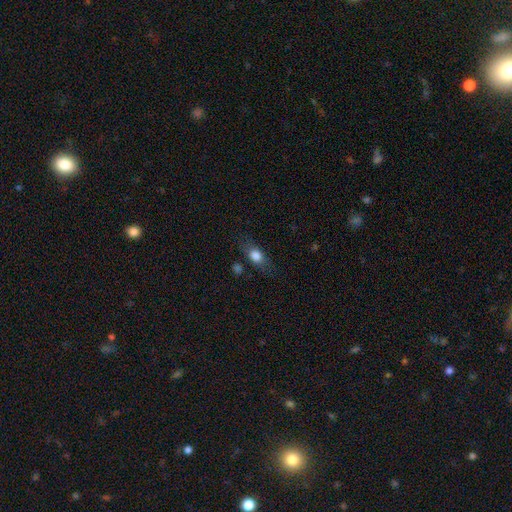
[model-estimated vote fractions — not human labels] Smooth or featured? smooth (74%)
How rounded? in between (68%)
Merging? none (73%)